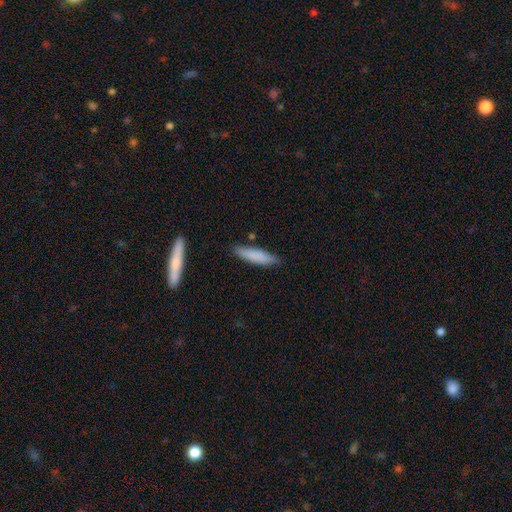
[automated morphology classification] Smooth or featured? smooth (80%)
How rounded? cigar-shaped (77%)
Merging? none (82%)